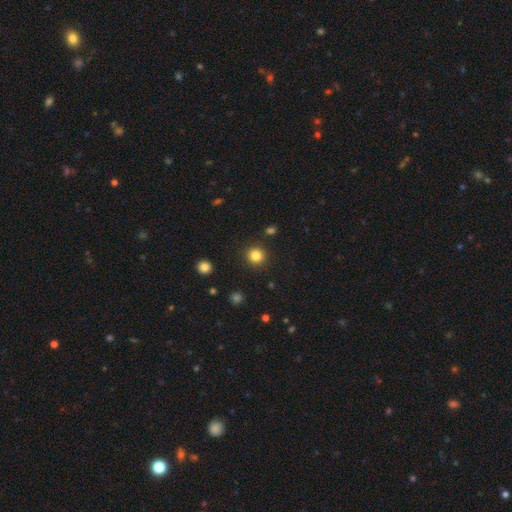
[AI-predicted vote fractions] A smooth galaxy with no disk features (84%) that is round (94%). Merging: none (91%).